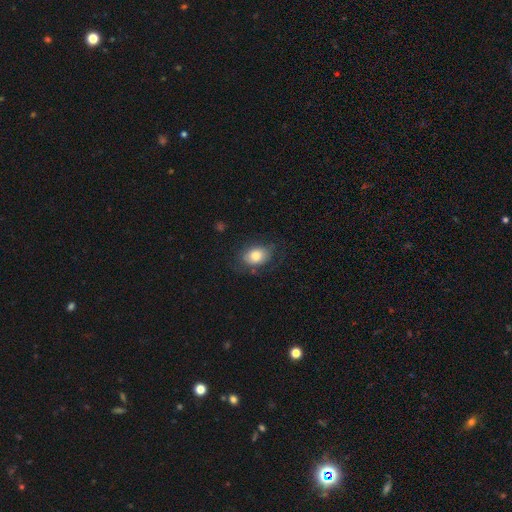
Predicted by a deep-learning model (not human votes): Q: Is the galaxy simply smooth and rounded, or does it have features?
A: smooth — 73%.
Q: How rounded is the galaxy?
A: in between — 79%.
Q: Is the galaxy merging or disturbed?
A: none — 64%.